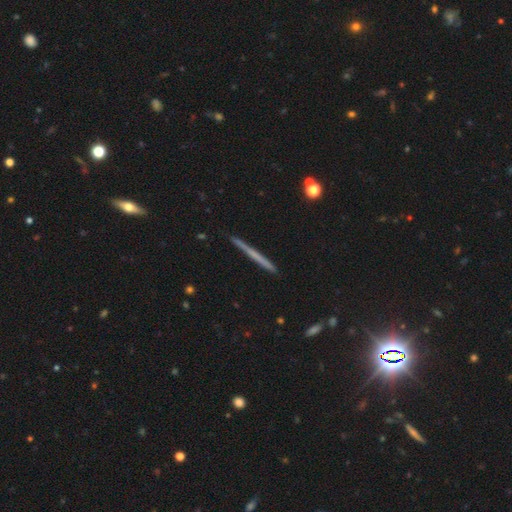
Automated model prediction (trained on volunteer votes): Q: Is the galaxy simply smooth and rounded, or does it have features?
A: featured or disk — 49%.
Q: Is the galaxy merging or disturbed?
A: none — 90%.